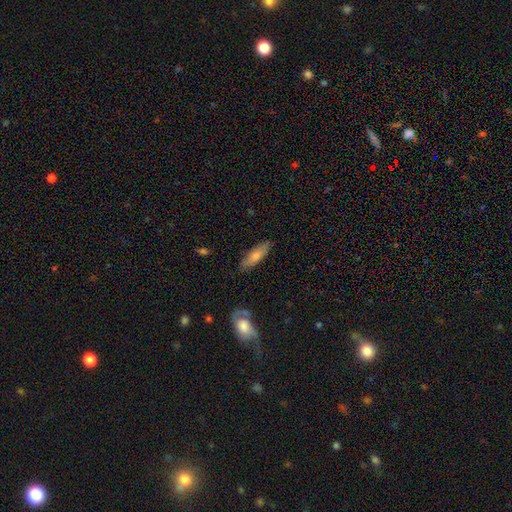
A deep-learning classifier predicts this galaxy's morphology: Smooth or featured?
  - smooth: 61% *
  - featured or disk: 32%
  - star or artifact: 7%
How rounded?
  - cigar-shaped: 56% *
  - in between: 42%
  - round: 2%
Merging?
  - none: 83% *
  - minor disturbance: 12%
  - major disturbance: 2%
  - merger: 2%